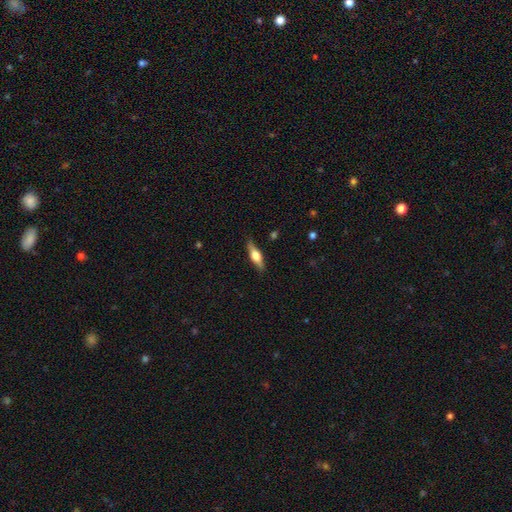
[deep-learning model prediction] Smooth or featured: featured or disk — 55% (smooth — 39%)
Edge-on disk: yes — 95% (no — 5%)
Edge-on bulge: rounded — 92% (boxy — 6%)
Merging: none — 87% (minor disturbance — 9%)